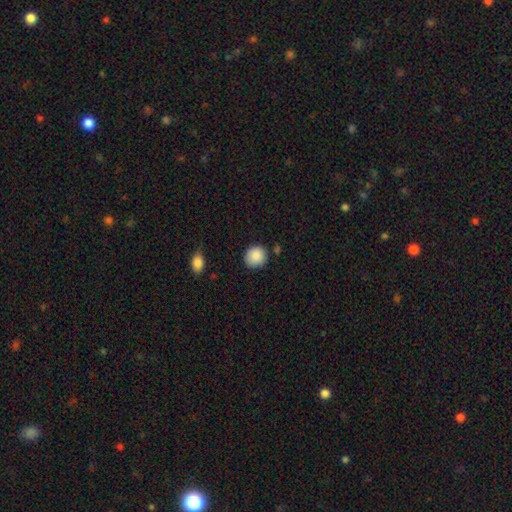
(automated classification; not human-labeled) This is clearly a smooth galaxy (89%). How rounded: clearly round (89%). Merging: clearly none (85%).